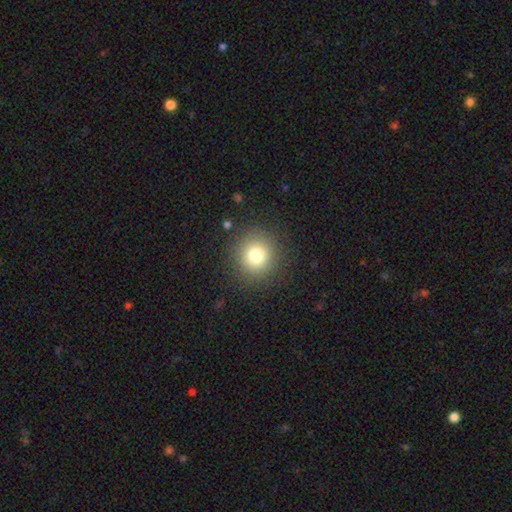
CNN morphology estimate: This is likely a smooth galaxy (78%). How rounded: clearly round (93%). Merging: clearly none (89%).